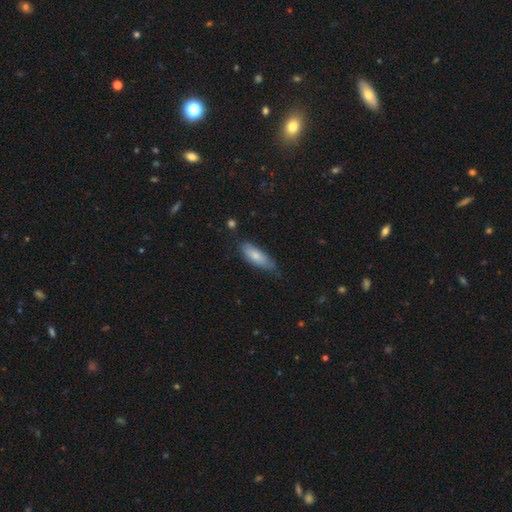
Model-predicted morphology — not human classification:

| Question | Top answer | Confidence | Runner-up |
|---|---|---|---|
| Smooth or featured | smooth | 77% | featured or disk (17%) |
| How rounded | in between | 63% | cigar-shaped (35%) |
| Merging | none | 62% | minor disturbance (30%) |